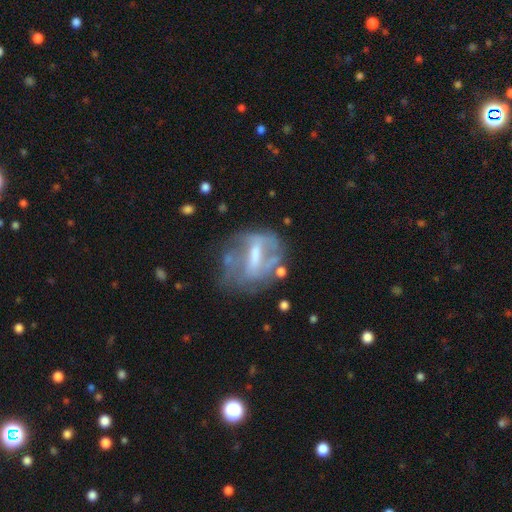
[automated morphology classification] smooth-or-featured: featured or disk: 67% | smooth: 23% | star or artifact: 10%
  disk-edge-on: no: 93% | yes: 7%
    bar: strong: 44% | weak: 36% | no: 20%
    has-spiral-arms: no: 60% | yes: 40%
    bulge-size: moderate: 42% | small: 28% | none: 22% | large: 7% | dominant: 1%
  merging: none: 44% | major disturbance: 25% | minor disturbance: 22% | merger: 9%